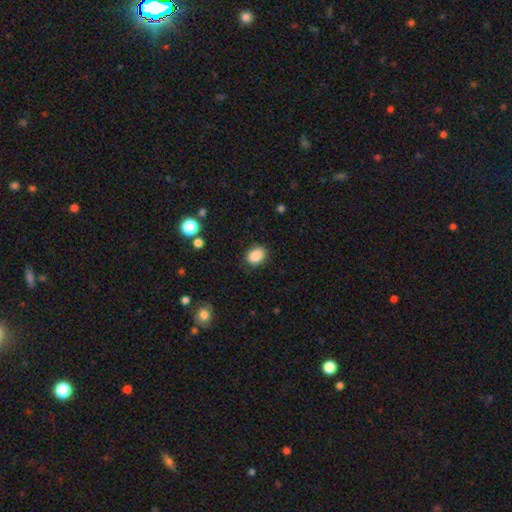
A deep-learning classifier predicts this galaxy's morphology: Smooth or featured: smooth — 88% (star or artifact — 9%)
How rounded: in between — 66% (round — 33%)
Merging: none — 84% (minor disturbance — 12%)